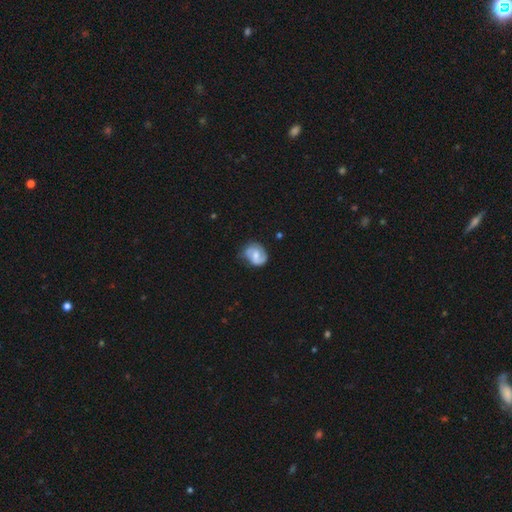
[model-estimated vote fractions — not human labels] featured or disk 66%, smooth 28%, star or artifact 6%. Down the decision tree: edge-on disk — no (98%); bar — weak (49%); spiral arms — yes (91%); spiral arm count — 2 (81%); spiral winding — medium (45%); bulge size — moderate (52%); merging — none (66%).